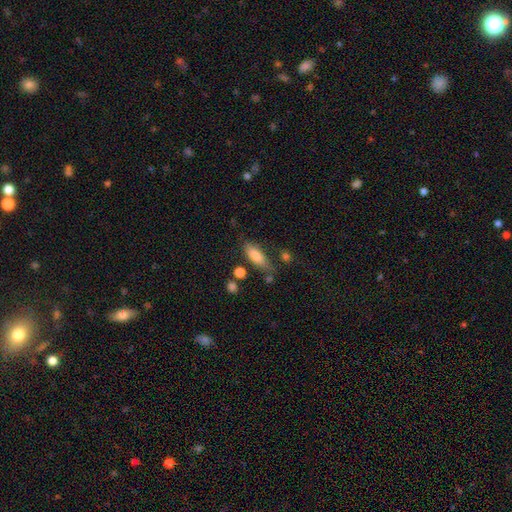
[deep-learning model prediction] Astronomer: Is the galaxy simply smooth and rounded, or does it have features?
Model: smooth — 80%.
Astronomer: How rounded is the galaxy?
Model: in between — 70%.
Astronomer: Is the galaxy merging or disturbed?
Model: none — 62%.